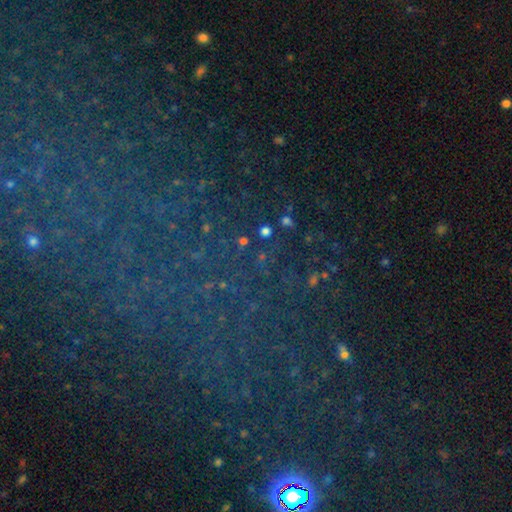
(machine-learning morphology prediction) Smooth or featured? star or artifact (74%)